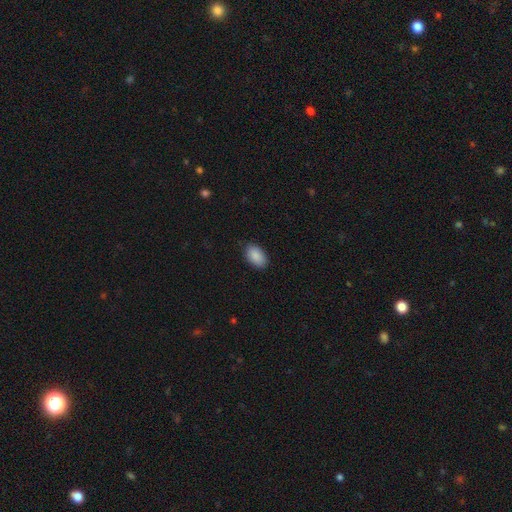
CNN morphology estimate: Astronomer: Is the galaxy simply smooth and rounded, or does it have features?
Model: smooth — 90%.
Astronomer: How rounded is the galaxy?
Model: in between — 94%.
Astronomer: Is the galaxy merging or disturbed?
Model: none — 87%.